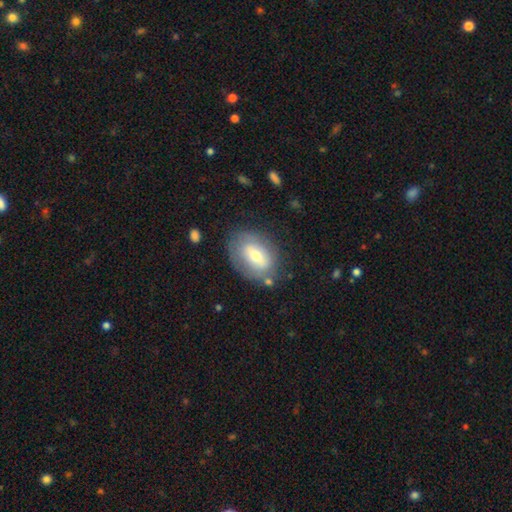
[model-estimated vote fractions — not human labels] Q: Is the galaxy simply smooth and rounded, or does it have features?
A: smooth — 54%.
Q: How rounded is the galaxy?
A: in between — 80%.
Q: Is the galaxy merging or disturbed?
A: none — 73%.